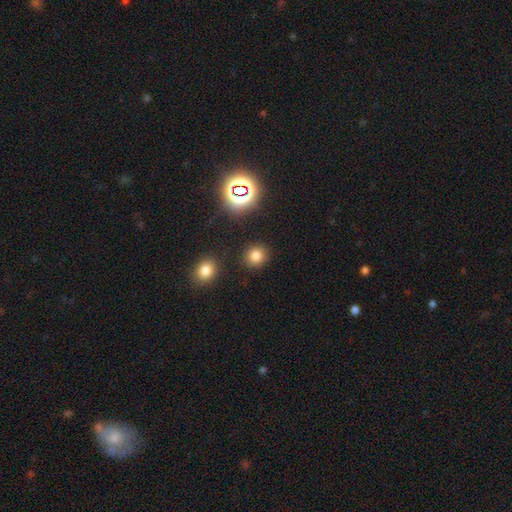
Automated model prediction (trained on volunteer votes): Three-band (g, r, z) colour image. It shows a smooth galaxy with no disk features (77%) that is round (85%). Merging: none (87%).